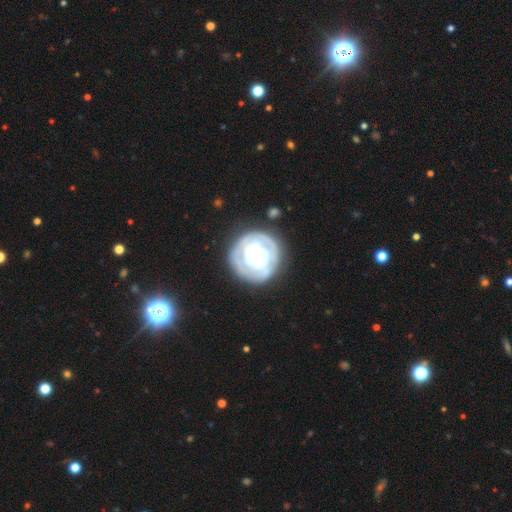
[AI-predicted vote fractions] A featured or disk galaxy (78%) with no bar (59%), tight (79%) spiral arms (75%) and a moderate central bulge (62%).

Vote fractions:
- Smooth or featured? featured or disk: 78% / smooth: 17% / star or artifact: 4%
- Edge-on disk? no: 97% / yes: 3%
- Bar? no: 59% / weak: 29% / strong: 12%
- Spiral arms? yes: 75% / no: 25%
- Spiral winding? tight: 79% / medium: 16% / loose: 6%
- Spiral arm count? can't tell: 45% / 2: 26% / 3: 12% / 1: 8% / 4: 5% / more than 4: 4%
- Bulge size? moderate: 62% / small: 26% / large: 9% / none: 1% / dominant: 1%
- Merging? none: 74% / minor disturbance: 16% / major disturbance: 7% / merger: 2%